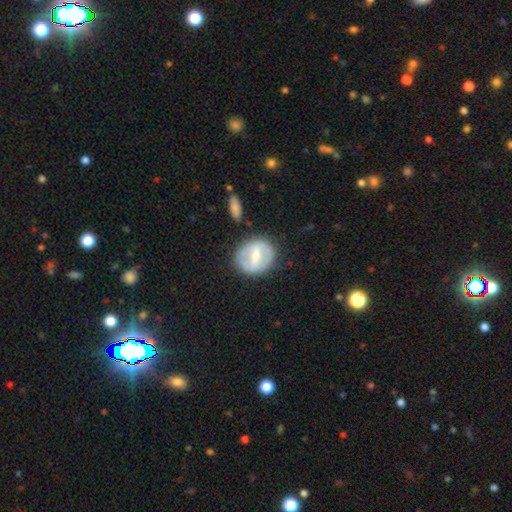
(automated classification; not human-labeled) Smooth or featured?
  - featured or disk: 53% *
  - smooth: 42%
  - star or artifact: 6%
Edge-on disk?
  - no: 94% *
  - yes: 6%
Merging?
  - none: 79% *
  - minor disturbance: 13%
  - major disturbance: 5%
  - merger: 3%